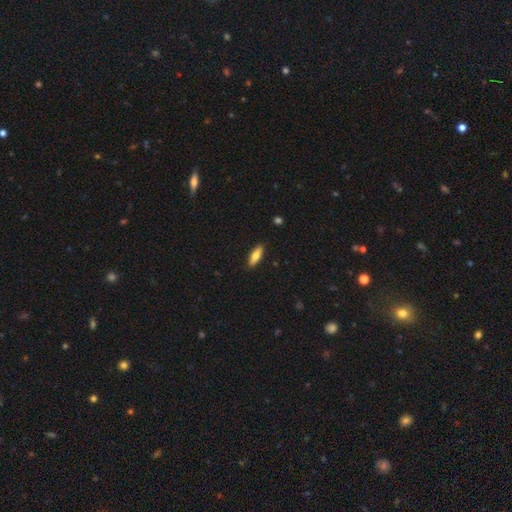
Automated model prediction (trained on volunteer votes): Overall: smooth (75%). How rounded: in between (55%; cigar-shaped 43%). Merging: none (89%).